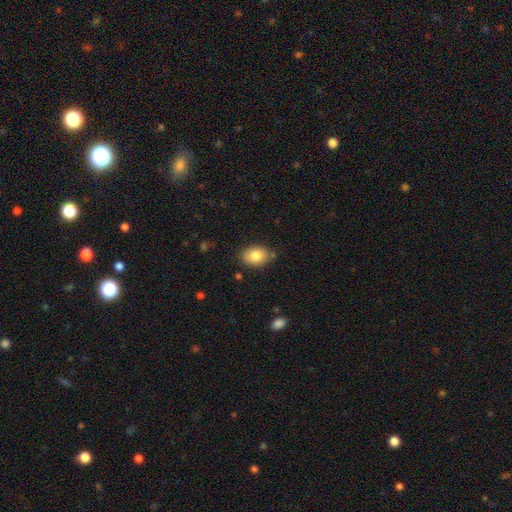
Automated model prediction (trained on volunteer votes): Morphology: type=smooth (83%); roundness=in between (78%); merging=none (79%).